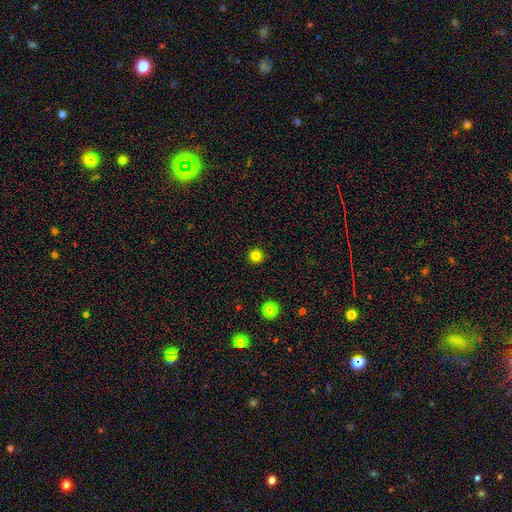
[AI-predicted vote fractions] Smooth or featured? Predicted: smooth (p=0.81). How rounded? Predicted: round (p=0.96). Merging? Predicted: none (p=0.92).